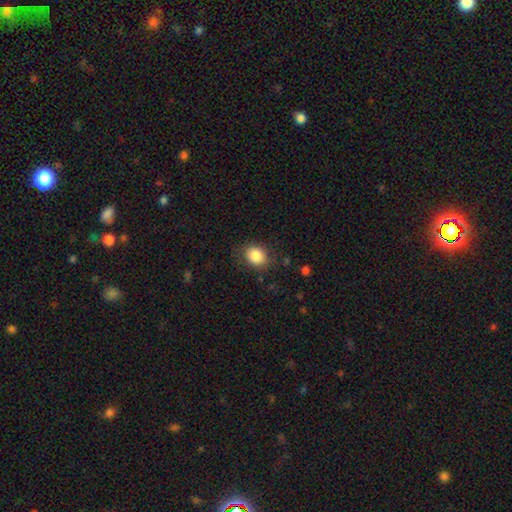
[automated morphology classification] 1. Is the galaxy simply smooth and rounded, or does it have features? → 86% smooth, 9% star or artifact, 5% featured or disk.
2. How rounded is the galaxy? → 52% round, 47% in between, 1% cigar-shaped.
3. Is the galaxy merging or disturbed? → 80% none, 14% minor disturbance, 5% major disturbance, 1% merger.